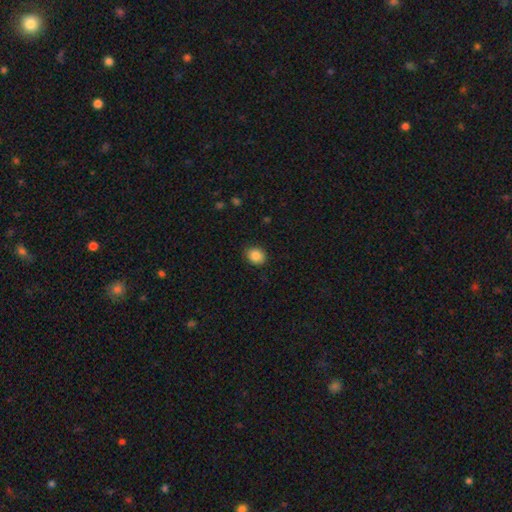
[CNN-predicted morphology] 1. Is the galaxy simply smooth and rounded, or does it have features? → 86% smooth, 9% star or artifact, 5% featured or disk.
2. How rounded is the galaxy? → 66% round, 33% in between, 1% cigar-shaped.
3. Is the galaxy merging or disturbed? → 86% none, 11% minor disturbance, 2% major disturbance, 1% merger.